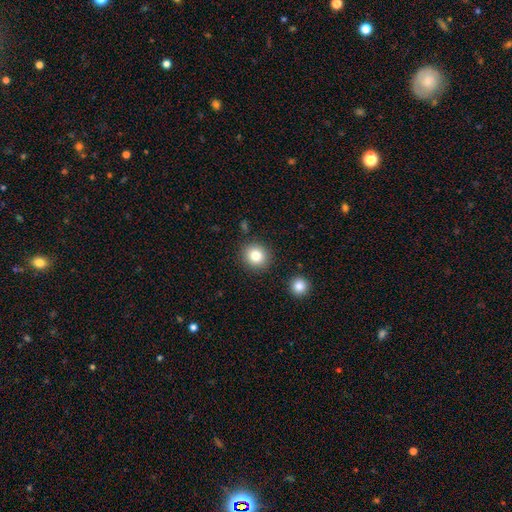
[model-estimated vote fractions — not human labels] smooth 82%, star or artifact 10%, featured or disk 8%. Down the decision tree: how rounded — round (87%); merging — none (88%).